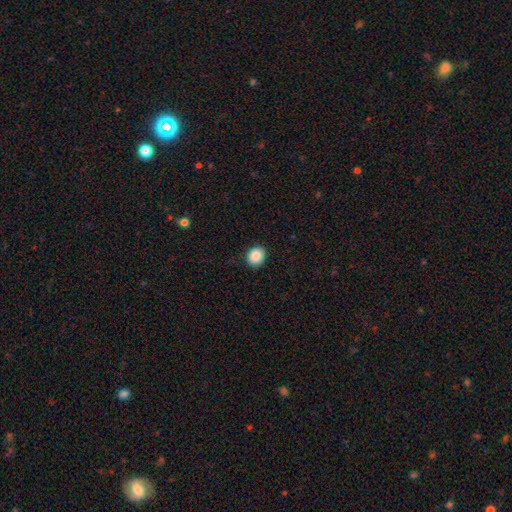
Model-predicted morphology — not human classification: Smooth or featured?
  - smooth: 89% *
  - star or artifact: 8%
  - featured or disk: 3%
How rounded?
  - round: 74% *
  - in between: 26%
  - cigar-shaped: 1%
Merging?
  - none: 90% *
  - minor disturbance: 7%
  - major disturbance: 2%
  - merger: 1%